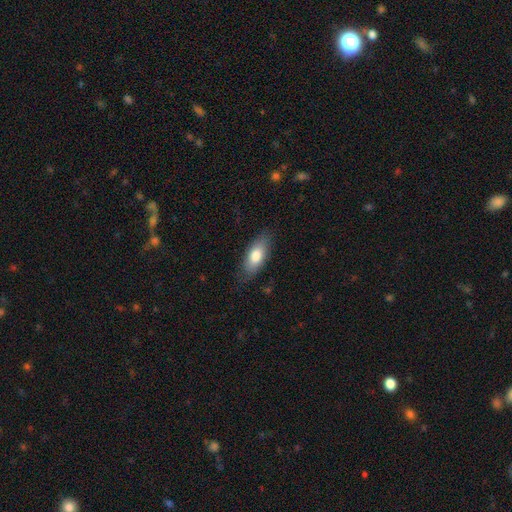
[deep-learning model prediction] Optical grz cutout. It shows a smooth galaxy with no disk features (75%) that is in between round and cigar-shaped (81%). Merging: none (78%).